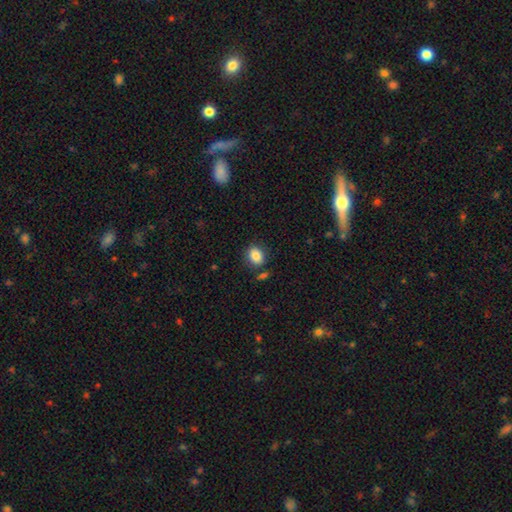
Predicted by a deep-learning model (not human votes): A smooth galaxy with no disk features (85%) that is in between round and cigar-shaped (61%).

Vote fractions:
- Smooth or featured? smooth: 85% / star or artifact: 9% / featured or disk: 6%
- How rounded? in between: 61% / round: 38% / cigar-shaped: 1%
- Merging? none: 78% / minor disturbance: 12% / merger: 7% / major disturbance: 3%